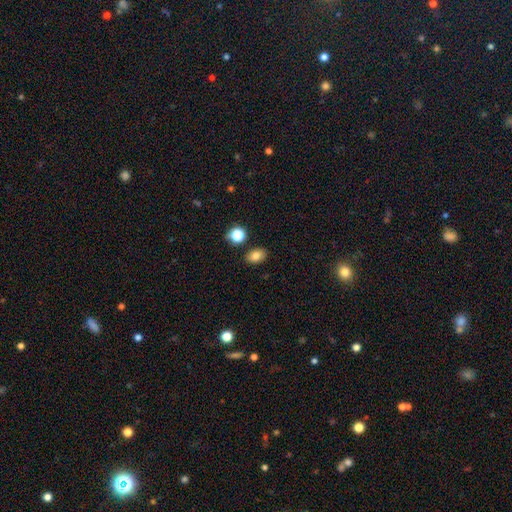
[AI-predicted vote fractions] This appears to be a smooth galaxy with no disk features (80%) that is in between round and cigar-shaped (79%). Merging: none (84%).